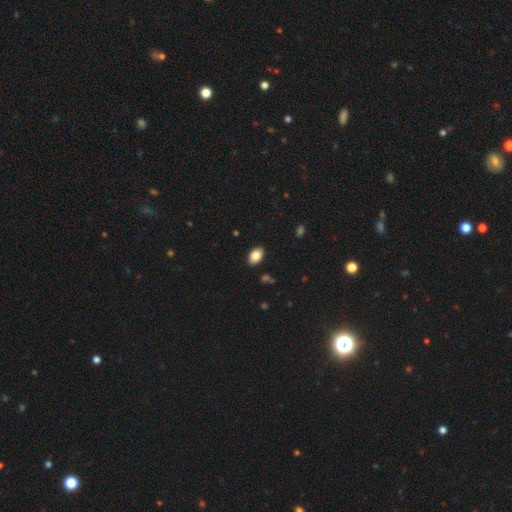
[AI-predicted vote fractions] A smooth galaxy with no disk features (86%) that is in between round and cigar-shaped (87%). Merging: none (88%).